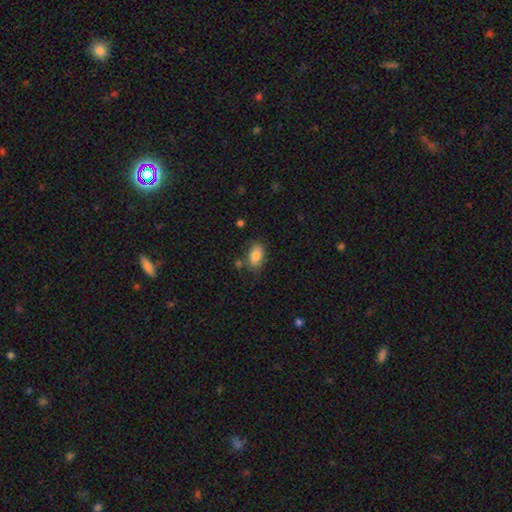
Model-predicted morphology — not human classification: Smooth or featured? smooth (83%)
How rounded? in between (91%)
Merging? none (72%)